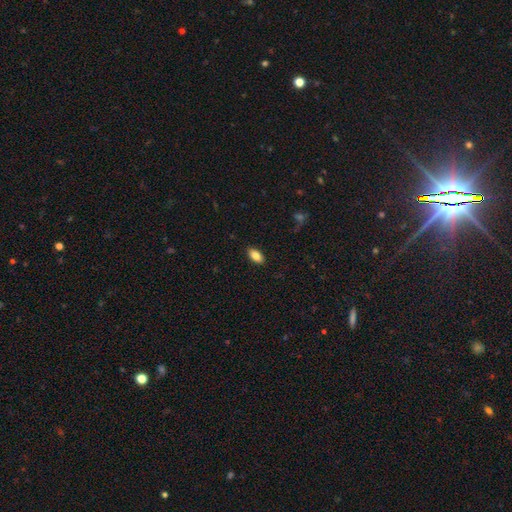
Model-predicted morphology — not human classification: The model was most divided on "smooth or featured": smooth: 85%, featured or disk: 8%, star or artifact: 8%. More confident: how rounded — in between (92%); merging — none (88%).